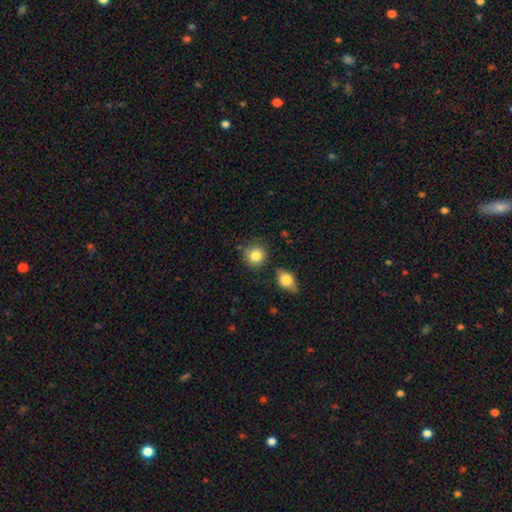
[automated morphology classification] Smooth or featured: smooth — 84% (star or artifact — 8%)
How rounded: round — 85% (in between — 14%)
Merging: none — 76% (minor disturbance — 13%)